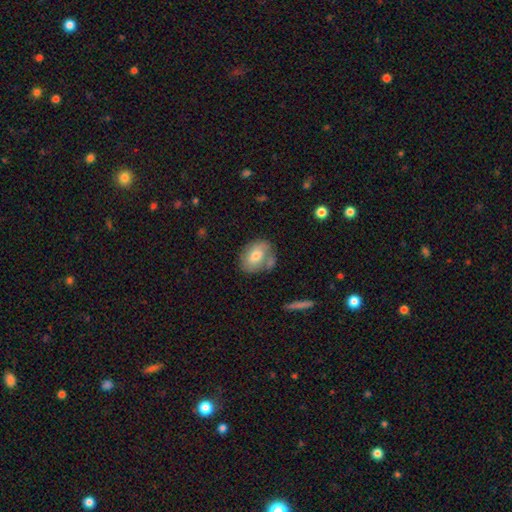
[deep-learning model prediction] This is likely a smooth galaxy (67%). How rounded: likely in between (73%). Merging: possibly none (55%).